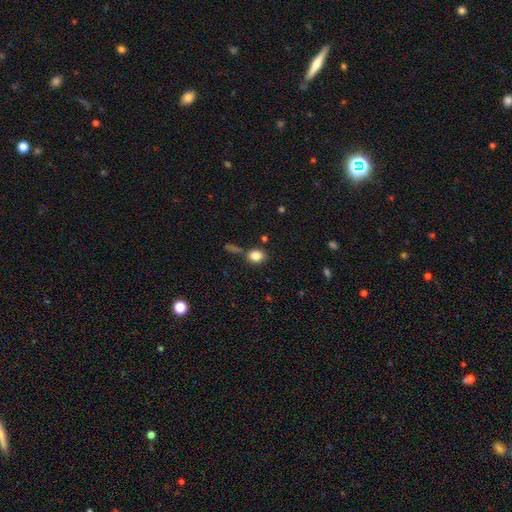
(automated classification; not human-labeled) Q: Smooth or featured?
A: smooth (84%); runner-up: star or artifact (10%)
Q: How rounded?
A: in between (51%); runner-up: round (47%)
Q: Merging?
A: none (73%); runner-up: minor disturbance (14%)